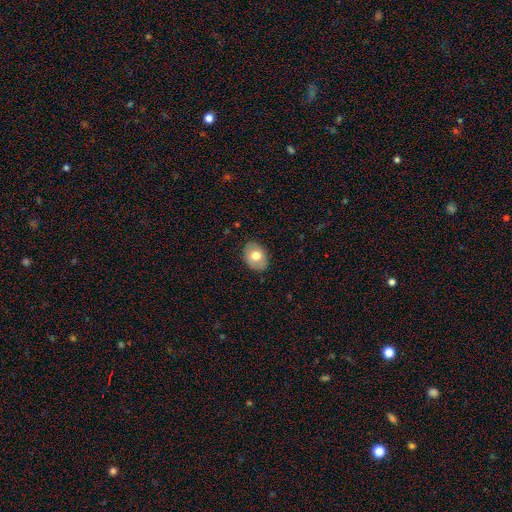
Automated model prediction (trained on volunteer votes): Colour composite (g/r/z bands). It shows a smooth galaxy with no disk features (71%) that is in between round and cigar-shaped (65%). Merging: none (86%).